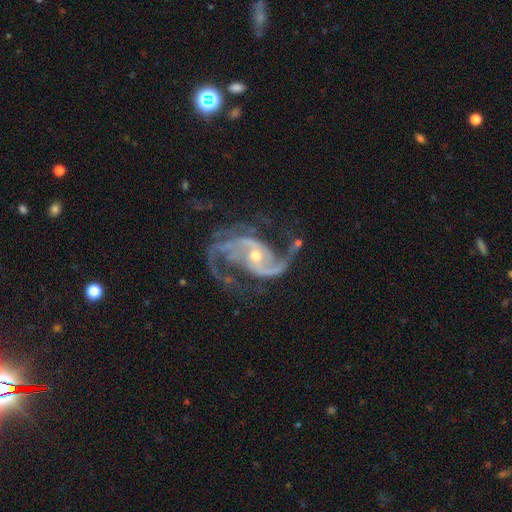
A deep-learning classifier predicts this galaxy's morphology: type=featured or disk (93%); edge-on=no (98%); bar=no (45%); spiral arms=yes (98%); winding=medium (52%); arm count=2 (83%); bulge=small (54%); merging=none (63%).